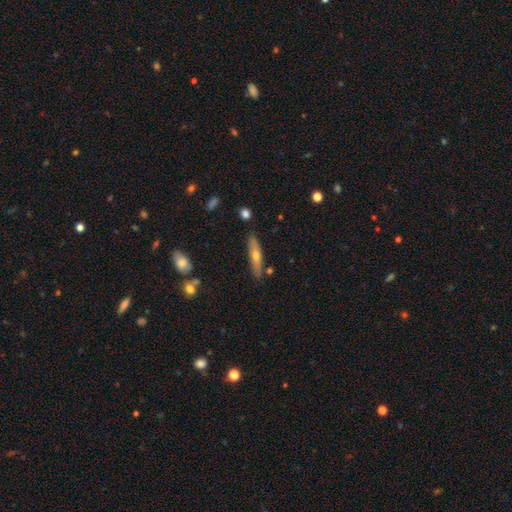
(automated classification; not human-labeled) A smooth galaxy with no disk features (51%) that is cigar-shaped (83%).

Vote fractions:
- Smooth or featured? smooth: 51% / featured or disk: 43% / star or artifact: 7%
- How rounded? cigar-shaped: 83% / in between: 16% / round: 2%
- Merging? none: 83% / minor disturbance: 12% / merger: 3% / major disturbance: 2%